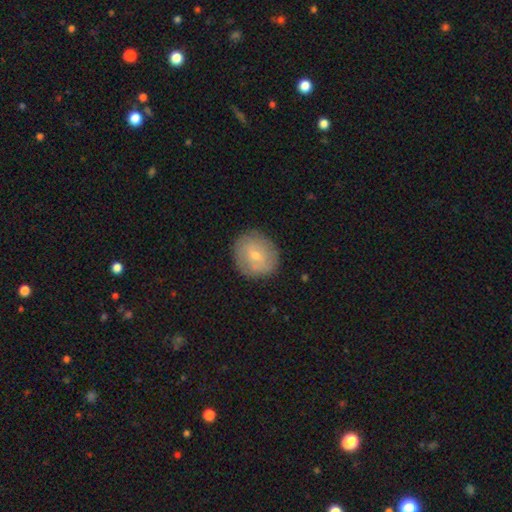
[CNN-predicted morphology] A smooth galaxy with no disk features (58%) that is round (80%). Merging: none (83%).